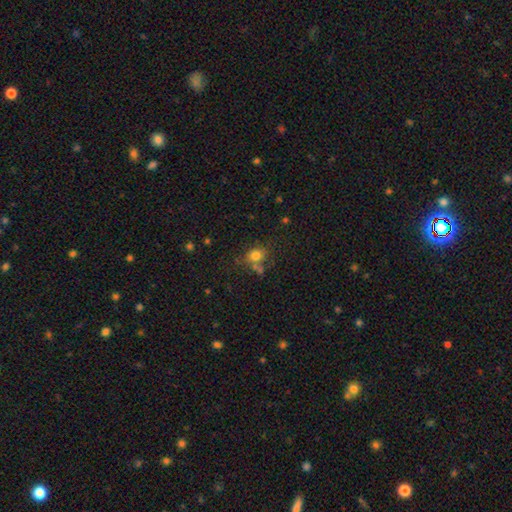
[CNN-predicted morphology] A smooth galaxy with no disk features (76%) that is round (54%).

Vote fractions:
- Smooth or featured? smooth: 76% / star or artifact: 14% / featured or disk: 10%
- How rounded? round: 54% / in between: 44% / cigar-shaped: 1%
- Merging? none: 58% / merger: 18% / minor disturbance: 17% / major disturbance: 7%